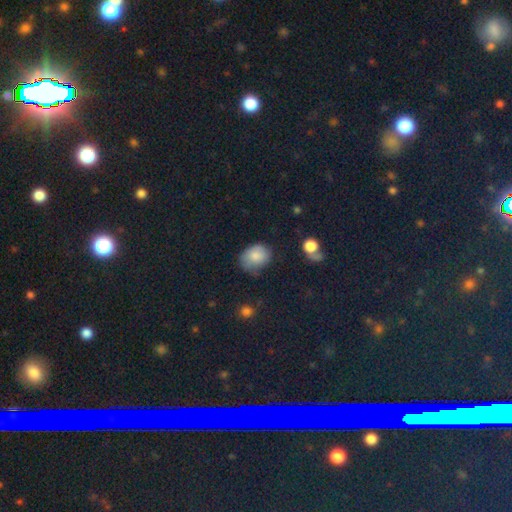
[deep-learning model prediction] Overall: smooth (79%). How rounded: in between (55%; round 44%). Merging: none (52%; minor disturbance 34%).